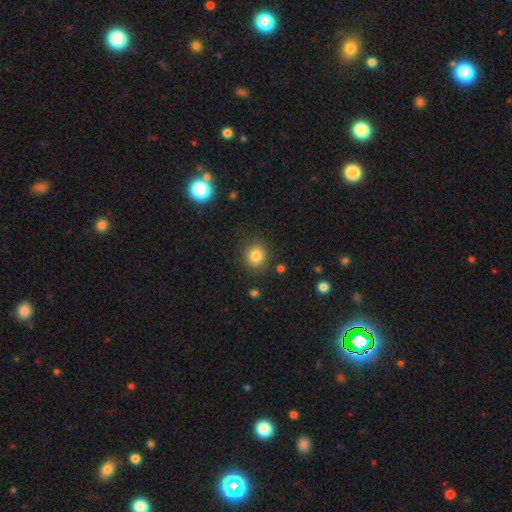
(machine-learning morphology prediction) smooth_or_featured: smooth (p=0.83) [alt: star or artifact p=0.11]
how_rounded: round (p=0.83) [alt: in between p=0.16]
merging: none (p=0.87) [alt: minor disturbance p=0.08]